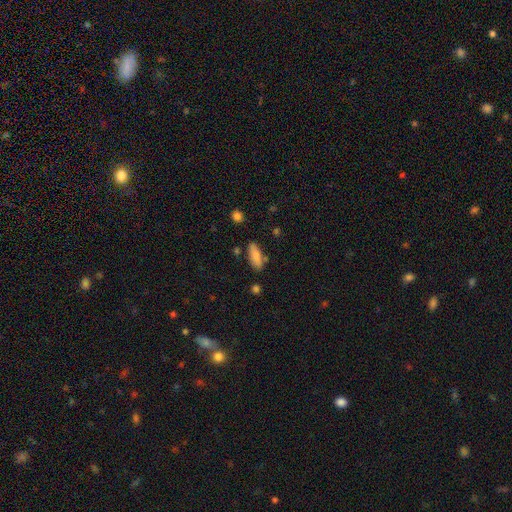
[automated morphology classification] type=smooth (83%); roundness=in between (63%); merging=none (77%).